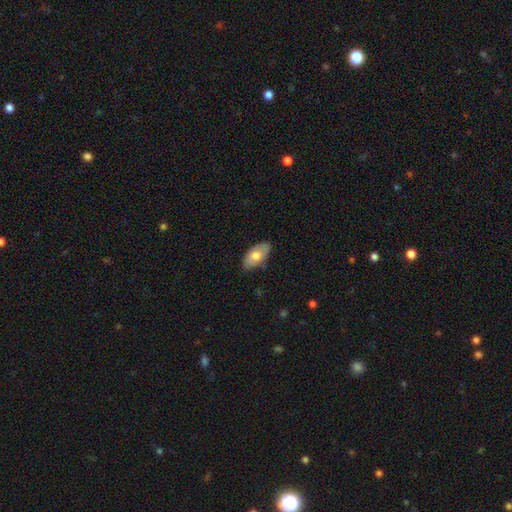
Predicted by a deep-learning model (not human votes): smooth_or_featured: smooth (p=0.69) [alt: featured or disk p=0.25]
how_rounded: in between (p=0.94) [alt: round p=0.03]
merging: none (p=0.80) [alt: minor disturbance p=0.17]